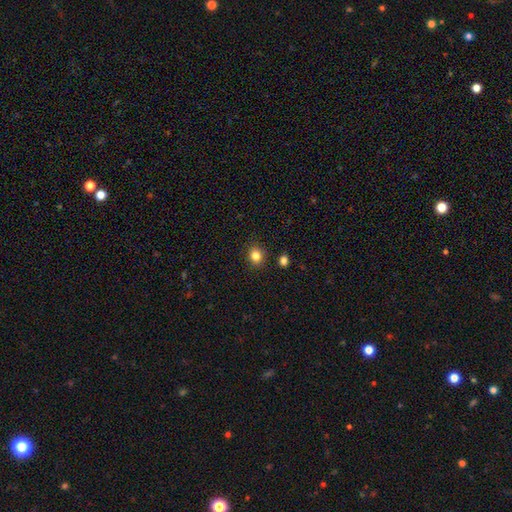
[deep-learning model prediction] The model was most divided on "how rounded": round: 71%, in between: 28%, cigar-shaped: 1%. More confident: merging — none (88%); smooth or featured — smooth (83%).